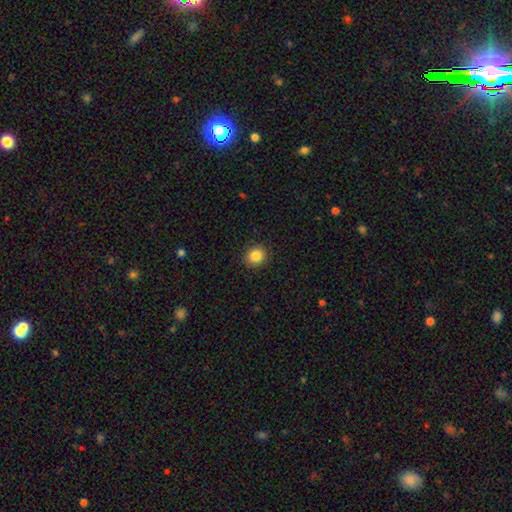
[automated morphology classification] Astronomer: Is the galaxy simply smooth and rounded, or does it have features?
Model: smooth — 86%.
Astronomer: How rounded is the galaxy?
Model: round — 81%.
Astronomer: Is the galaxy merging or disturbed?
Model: none — 90%.